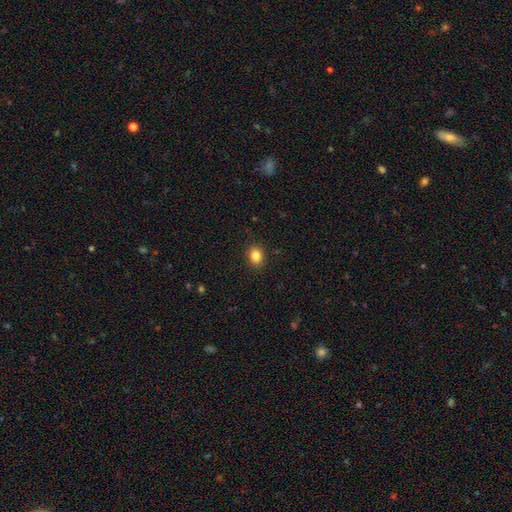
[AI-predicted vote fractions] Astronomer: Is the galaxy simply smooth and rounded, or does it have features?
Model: smooth — 85%.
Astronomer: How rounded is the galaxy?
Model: in between — 54% (runner-up: round, 45%).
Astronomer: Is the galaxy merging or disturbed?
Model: none — 90%.